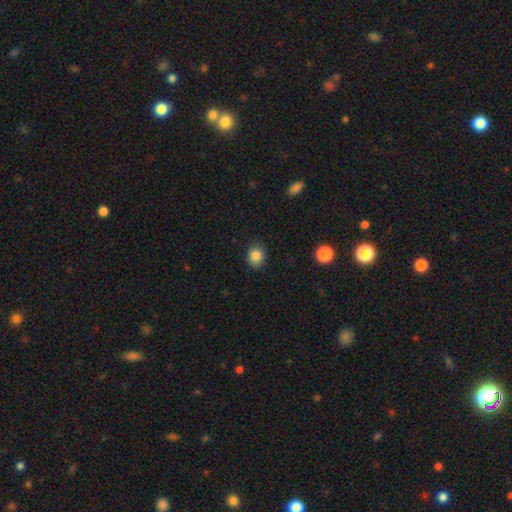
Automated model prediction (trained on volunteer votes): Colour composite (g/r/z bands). It shows a smooth galaxy with no disk features (85%) that is round (63%). Merging: none (85%).